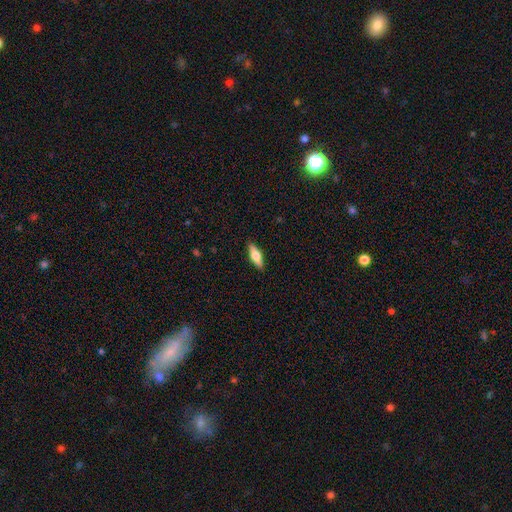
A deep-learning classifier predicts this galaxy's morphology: Q: Smooth or featured?
A: smooth (58%); runner-up: featured or disk (36%)
Q: How rounded?
A: in between (51%); runner-up: cigar-shaped (46%)
Q: Merging?
A: none (90%); runner-up: minor disturbance (8%)